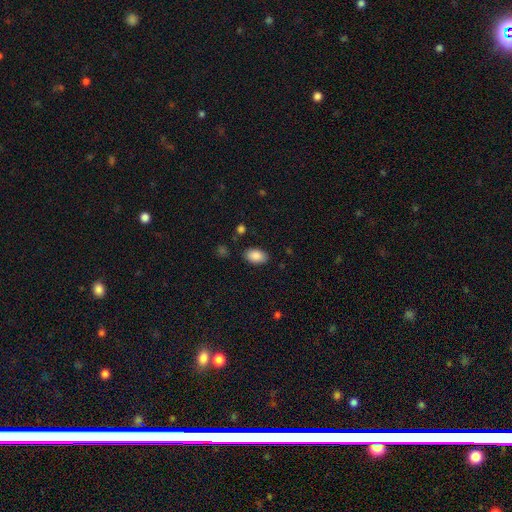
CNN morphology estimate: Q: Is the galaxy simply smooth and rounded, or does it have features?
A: smooth — 88%.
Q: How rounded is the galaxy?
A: in between — 92%.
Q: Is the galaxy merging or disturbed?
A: none — 85%.